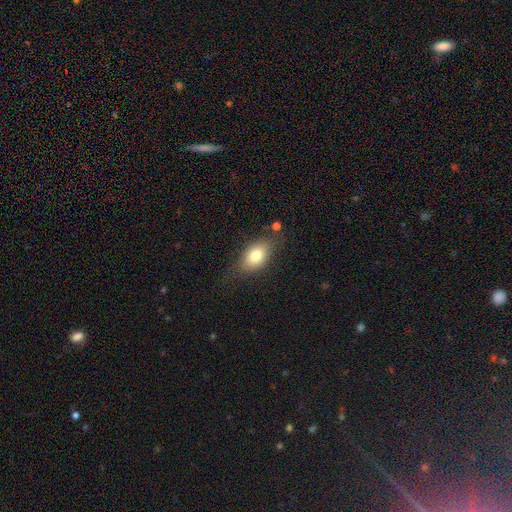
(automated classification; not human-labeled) A smooth galaxy with no disk features (76%) that is in between round and cigar-shaped (83%).

Vote fractions:
- Smooth or featured? smooth: 76% / featured or disk: 16% / star or artifact: 9%
- How rounded? in between: 83% / round: 14% / cigar-shaped: 4%
- Merging? none: 69% / minor disturbance: 21% / major disturbance: 7% / merger: 3%